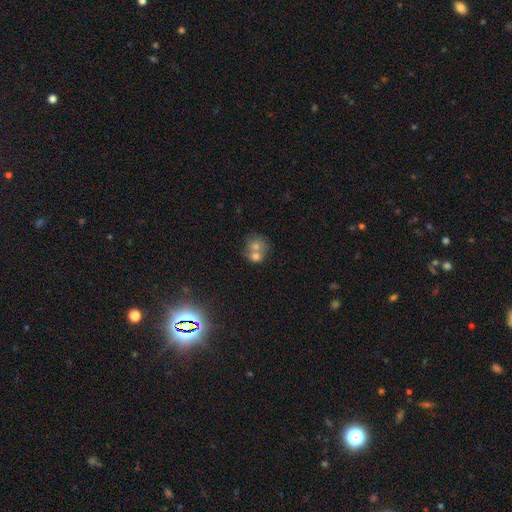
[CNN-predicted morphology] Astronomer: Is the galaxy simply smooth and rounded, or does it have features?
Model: smooth — 66%.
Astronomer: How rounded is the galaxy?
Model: round — 74%.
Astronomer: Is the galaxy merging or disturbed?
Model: merger — 59%.